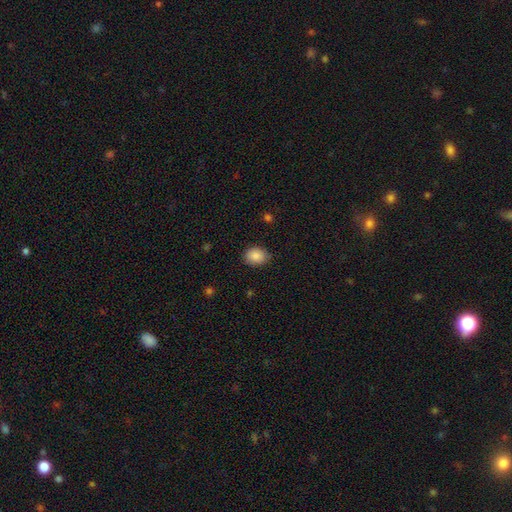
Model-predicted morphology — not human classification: Overall: smooth (87%). How rounded: in between (61%; round 39%). Merging: none (83%).